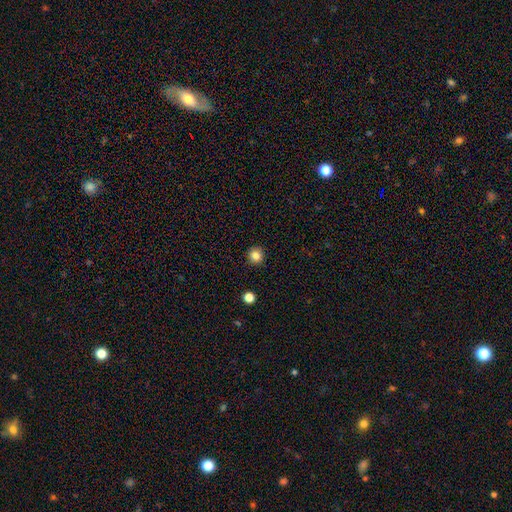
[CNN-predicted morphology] A smooth galaxy with no disk features (83%) that is round (94%).

Vote fractions:
- Smooth or featured? smooth: 83% / star or artifact: 11% / featured or disk: 5%
- How rounded? round: 94% / in between: 5% / cigar-shaped: 1%
- Merging? none: 92% / minor disturbance: 5% / major disturbance: 2% / merger: 1%